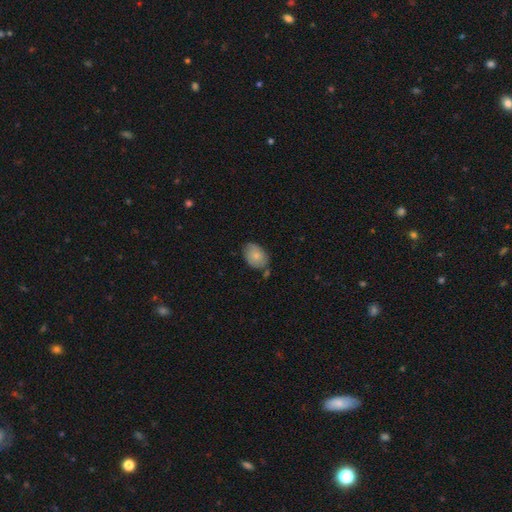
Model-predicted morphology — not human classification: A smooth galaxy with no disk features (78%) that is in between round and cigar-shaped (80%). Merging: none (65%).